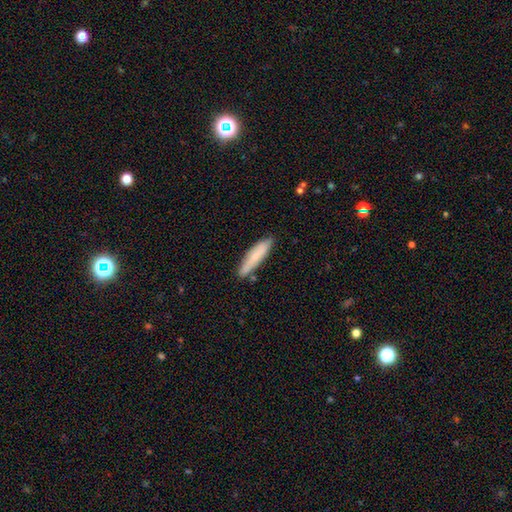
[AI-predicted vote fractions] smooth-or-featured: smooth: 71% | featured or disk: 23% | star or artifact: 6%
  how-rounded: cigar-shaped: 83% | in between: 16% | round: 1%
  merging: none: 81% | minor disturbance: 14% | merger: 3% | major disturbance: 2%